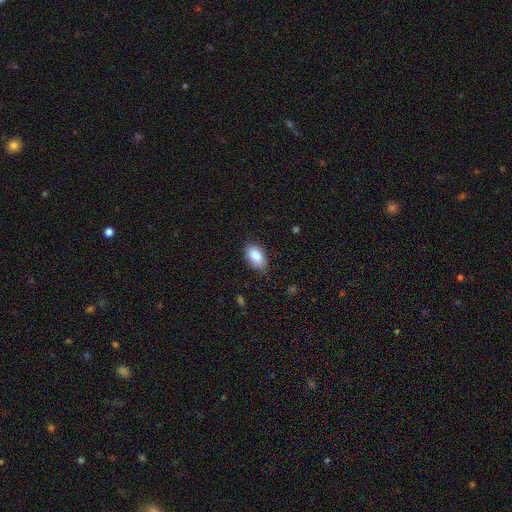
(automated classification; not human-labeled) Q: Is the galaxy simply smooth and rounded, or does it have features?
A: smooth — 87%.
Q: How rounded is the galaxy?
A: in between — 92%.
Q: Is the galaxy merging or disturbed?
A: none — 77%.